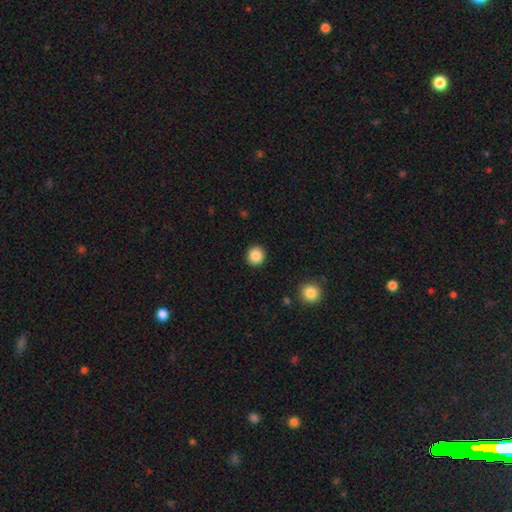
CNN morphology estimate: smooth_or_featured: smooth (p=0.86) [alt: star or artifact p=0.09]
how_rounded: round (p=0.88) [alt: in between p=0.11]
merging: none (p=0.92) [alt: minor disturbance p=0.05]